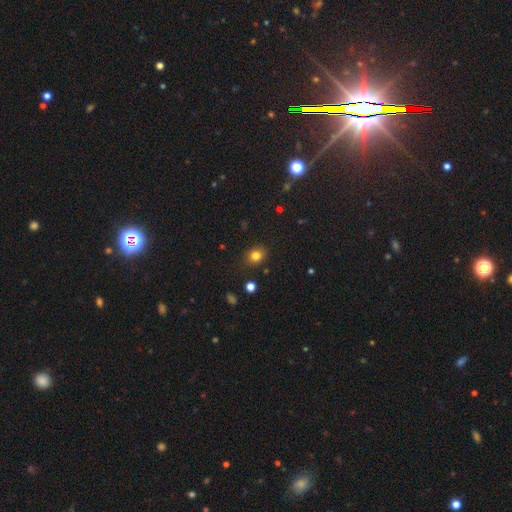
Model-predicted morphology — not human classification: Overall: smooth (80%). How rounded: round (65%; in between 34%). Merging: none (85%).